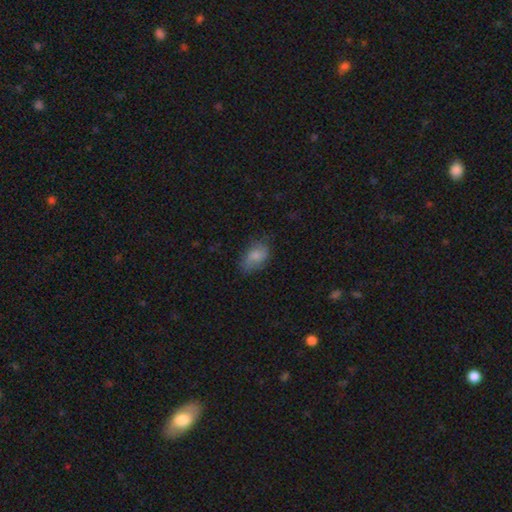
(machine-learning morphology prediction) A smooth galaxy with no disk features (73%) that is in between round and cigar-shaped (89%).

Vote fractions:
- Smooth or featured? smooth: 73% / featured or disk: 18% / star or artifact: 9%
- How rounded? in between: 89% / round: 9% / cigar-shaped: 2%
- Merging? none: 60% / minor disturbance: 27% / major disturbance: 11% / merger: 2%